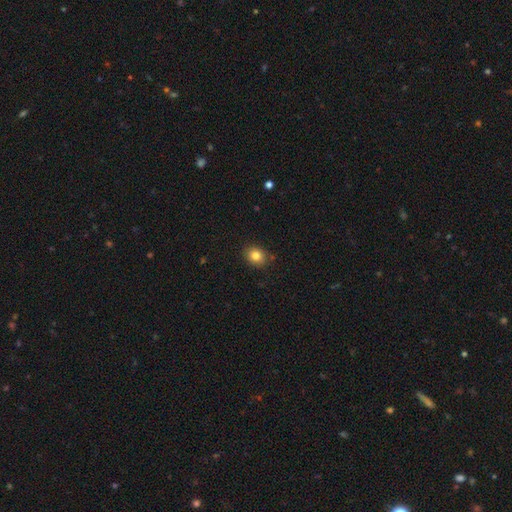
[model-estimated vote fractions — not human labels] smooth-or-featured: smooth: 82% | star or artifact: 11% | featured or disk: 7%
  how-rounded: round: 53% | in between: 46% | cigar-shaped: 1%
  merging: none: 87% | minor disturbance: 10% | major disturbance: 2% | merger: 2%